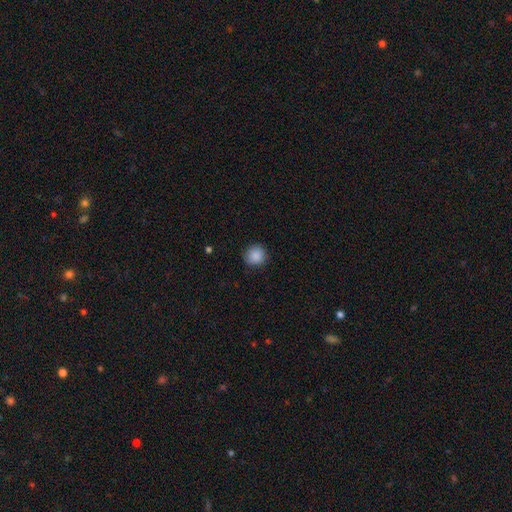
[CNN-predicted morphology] Q: Smooth or featured?
A: smooth (88%); runner-up: star or artifact (9%)
Q: How rounded?
A: round (90%); runner-up: in between (9%)
Q: Merging?
A: none (87%); runner-up: minor disturbance (10%)